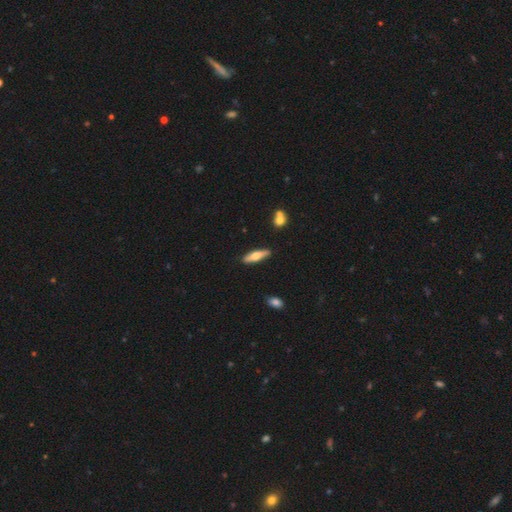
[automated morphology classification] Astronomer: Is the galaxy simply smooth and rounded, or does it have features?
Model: smooth — 54% (runner-up: featured or disk, 40%).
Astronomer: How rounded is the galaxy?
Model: cigar-shaped — 64%.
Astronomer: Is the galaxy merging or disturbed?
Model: none — 87%.